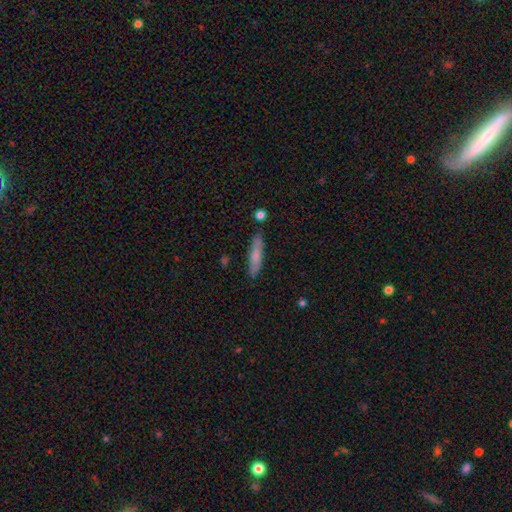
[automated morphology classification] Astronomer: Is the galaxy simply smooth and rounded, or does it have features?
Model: smooth — 70%.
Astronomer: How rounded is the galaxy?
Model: cigar-shaped — 84%.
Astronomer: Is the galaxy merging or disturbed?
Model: none — 84%.